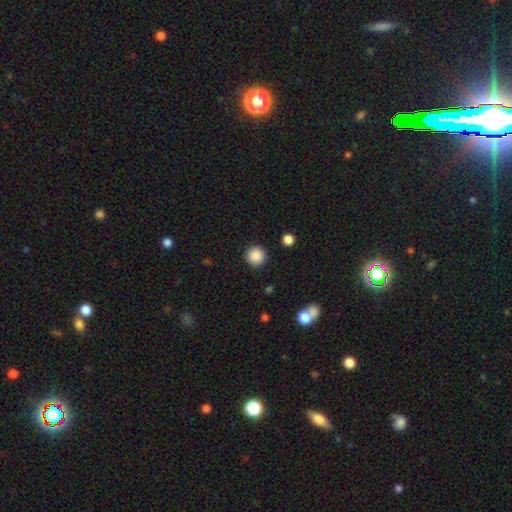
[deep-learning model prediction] smooth_or_featured: smooth (p=0.88) [alt: star or artifact p=0.10]
how_rounded: round (p=0.95) [alt: in between p=0.04]
merging: none (p=0.91) [alt: minor disturbance p=0.05]